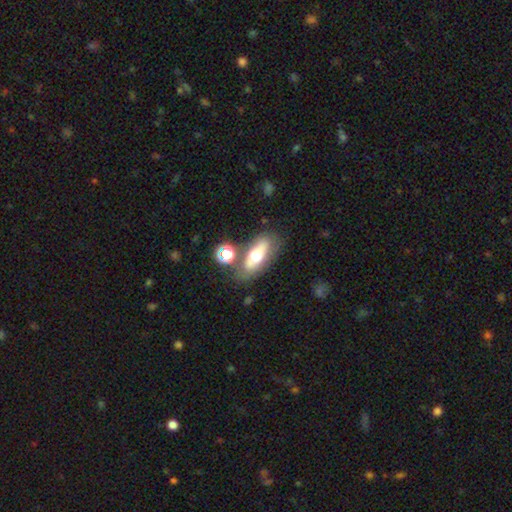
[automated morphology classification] smooth 51%, featured or disk 40%, star or artifact 9%. Down the decision tree: how rounded — in between (67%); merging — none (68%).